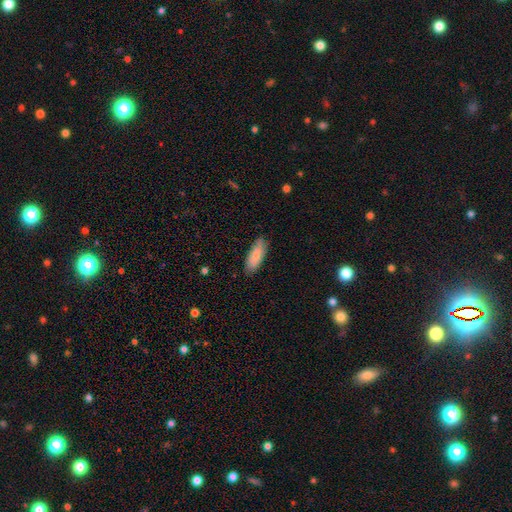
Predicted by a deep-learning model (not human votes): Overall: smooth (81%). How rounded: in between (68%; cigar-shaped 30%). Merging: none (83%).